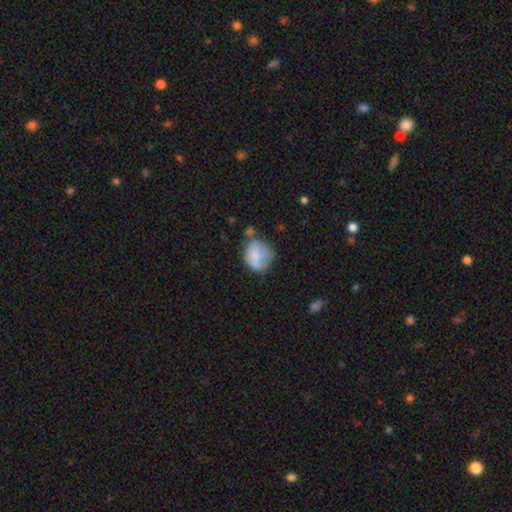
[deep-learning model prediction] Smooth or featured? smooth (58%)
How rounded? round (76%)
Merging? none (43%)